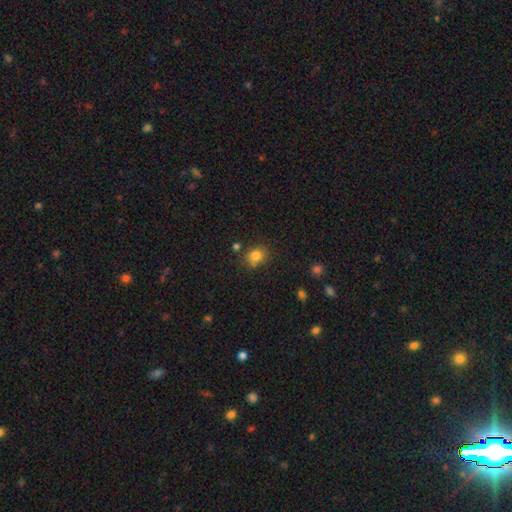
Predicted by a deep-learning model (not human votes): smooth-or-featured: smooth: 81% | star or artifact: 12% | featured or disk: 7%
  how-rounded: round: 59% | in between: 40% | cigar-shaped: 1%
  merging: none: 74% | minor disturbance: 15% | merger: 7% | major disturbance: 4%